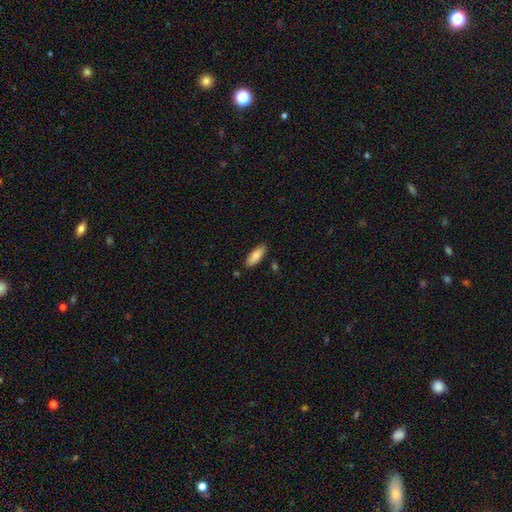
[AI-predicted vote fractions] smooth 86%, featured or disk 8%, star or artifact 6%. Down the decision tree: how rounded — in between (63%); merging — none (86%).